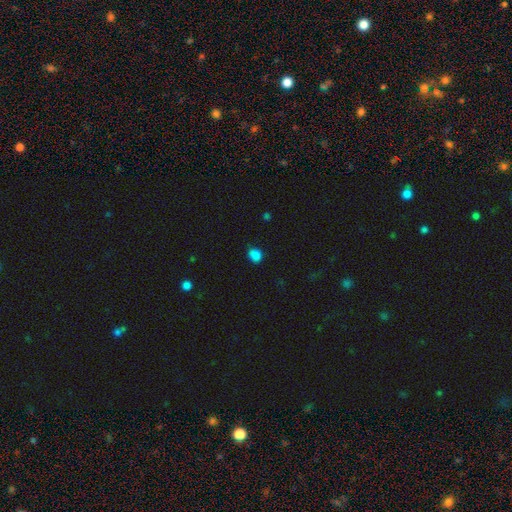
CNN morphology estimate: smooth 83%, star or artifact 14%, featured or disk 4%. Down the decision tree: how rounded — round (61%); merging — none (76%).